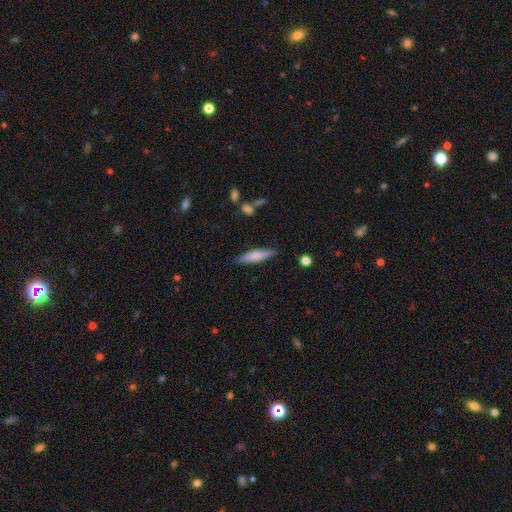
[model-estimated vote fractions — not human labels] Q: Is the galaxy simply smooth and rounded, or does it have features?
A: smooth — 68%.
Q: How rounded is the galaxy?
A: cigar-shaped — 81%.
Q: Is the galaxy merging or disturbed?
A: none — 86%.